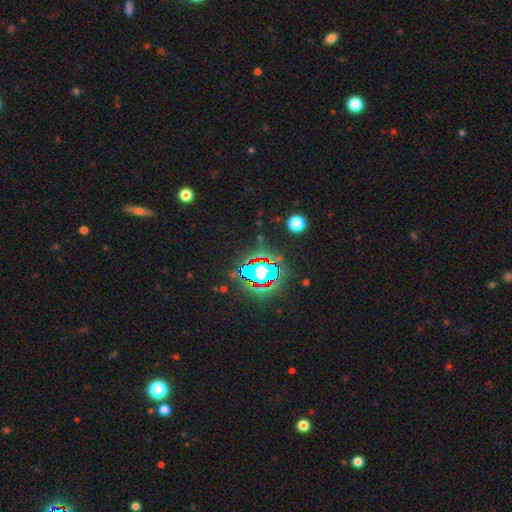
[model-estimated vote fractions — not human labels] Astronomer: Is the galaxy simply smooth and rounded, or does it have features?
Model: star or artifact — 84%.